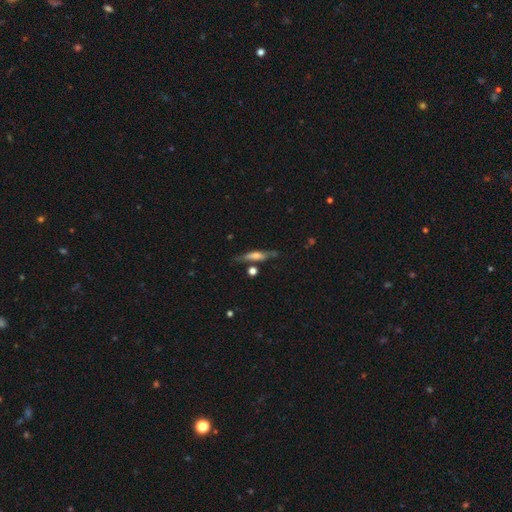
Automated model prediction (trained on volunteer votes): Smooth or featured? featured or disk (49%)
Merging? none (70%)